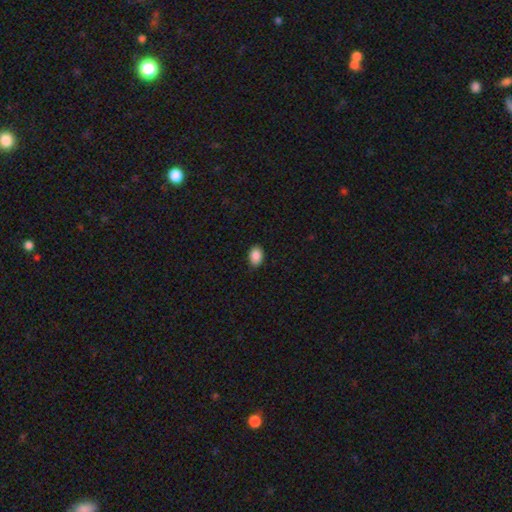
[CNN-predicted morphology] Smooth or featured: smooth — 89% (star or artifact — 8%)
How rounded: in between — 82% (round — 17%)
Merging: none — 83% (minor disturbance — 14%)